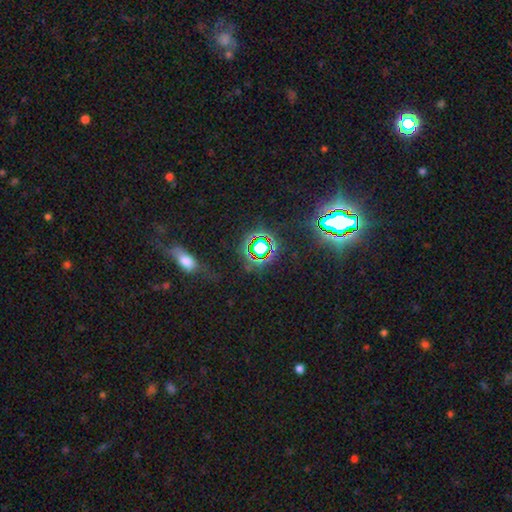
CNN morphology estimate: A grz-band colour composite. It shows a star or artifact, not a galaxy (64%).